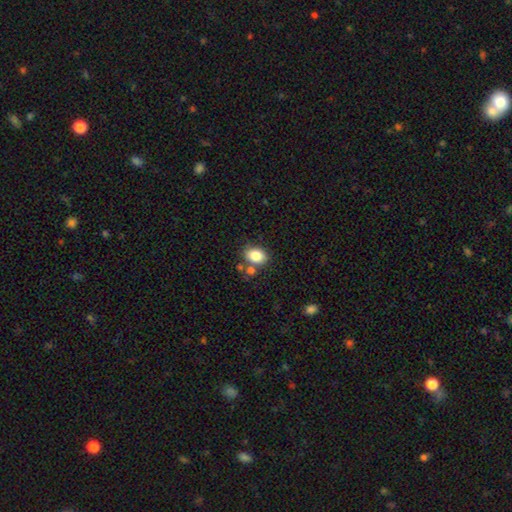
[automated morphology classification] This appears to be a smooth galaxy with no disk features (84%) that is in between round and cigar-shaped (70%). Merging: none (69%).